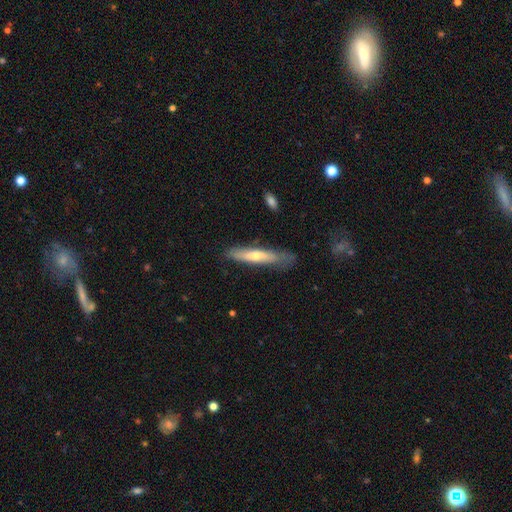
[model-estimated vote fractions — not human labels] This is possibly a smooth galaxy (53%). How rounded: clearly cigar-shaped (87%). Merging: likely none (71%).